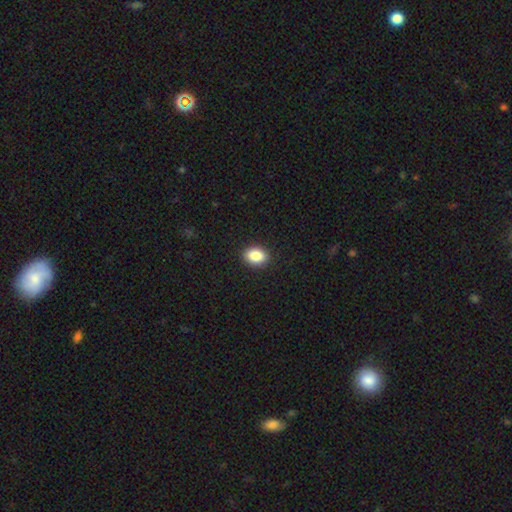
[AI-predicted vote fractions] The model was most divided on "how rounded": in between: 75%, round: 24%, cigar-shaped: 1%. More confident: merging — none (90%); smooth or featured — smooth (87%).